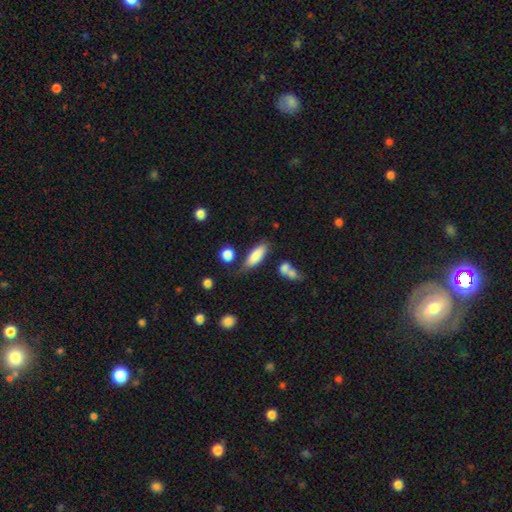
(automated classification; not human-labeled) Q: Smooth or featured?
A: smooth (82%); runner-up: featured or disk (11%)
Q: How rounded?
A: in between (69%); runner-up: cigar-shaped (28%)
Q: Merging?
A: none (66%); runner-up: minor disturbance (19%)